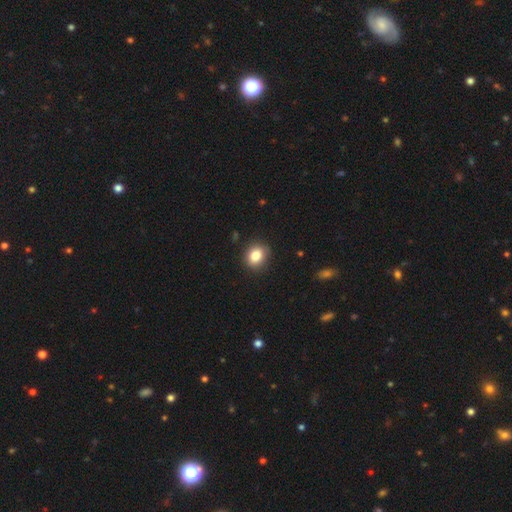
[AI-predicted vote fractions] Smooth or featured: smooth — 83% (star or artifact — 10%)
How rounded: round — 60% (in between — 39%)
Merging: none — 87% (minor disturbance — 10%)